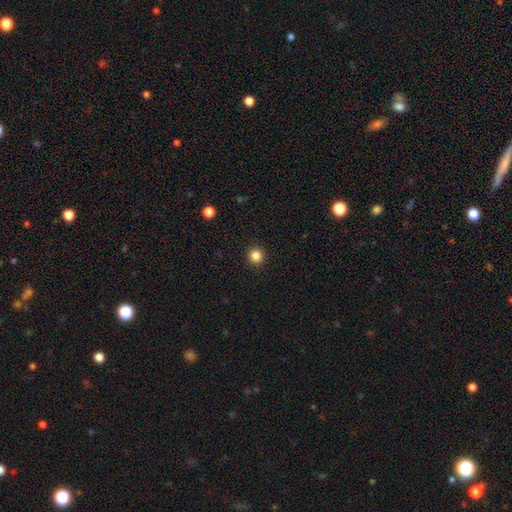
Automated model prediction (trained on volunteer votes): This appears to be a smooth galaxy with no disk features (85%) that is round (94%). Merging: none (93%).